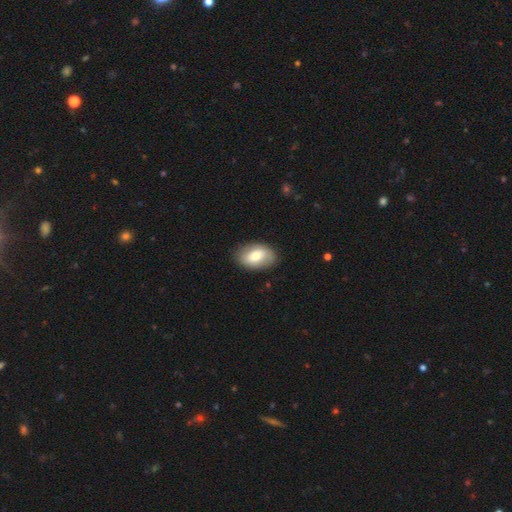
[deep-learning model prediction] Smooth or featured?
  - smooth: 68% *
  - featured or disk: 25%
  - star or artifact: 6%
How rounded?
  - in between: 89% *
  - round: 10%
  - cigar-shaped: 1%
Merging?
  - none: 84% *
  - minor disturbance: 12%
  - major disturbance: 3%
  - merger: 1%